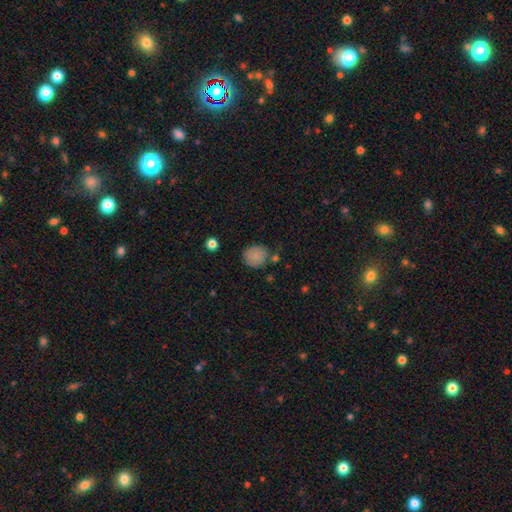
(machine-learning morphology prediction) Q: Smooth or featured?
A: smooth (84%); runner-up: star or artifact (10%)
Q: How rounded?
A: round (80%); runner-up: in between (19%)
Q: Merging?
A: none (72%); runner-up: minor disturbance (17%)